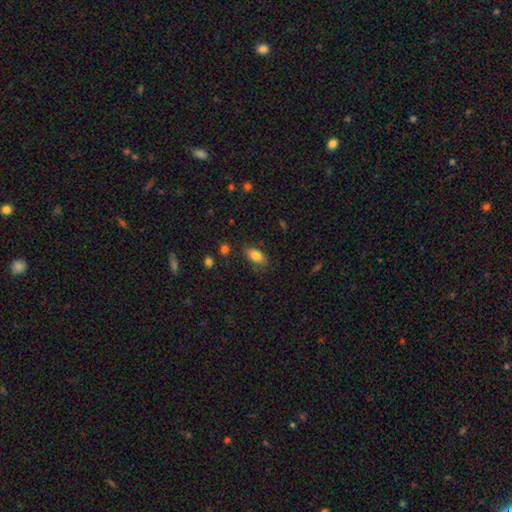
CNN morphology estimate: The model was most divided on "merging": none: 77%, minor disturbance: 17%, major disturbance: 4%, merger: 2%. More confident: how rounded — in between (88%); smooth or featured — smooth (81%).